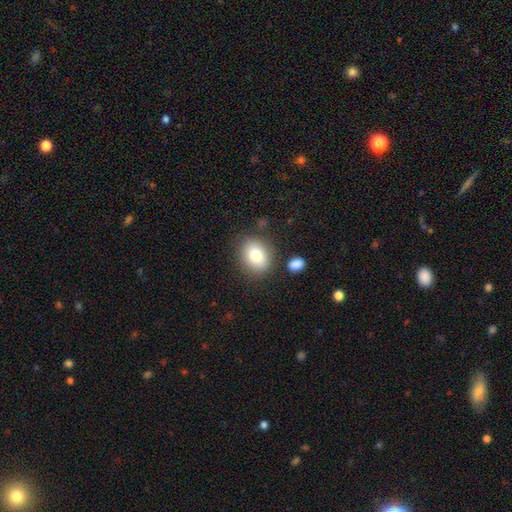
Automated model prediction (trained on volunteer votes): Smooth or featured? smooth (80%)
How rounded? round (51%)
Merging? none (80%)